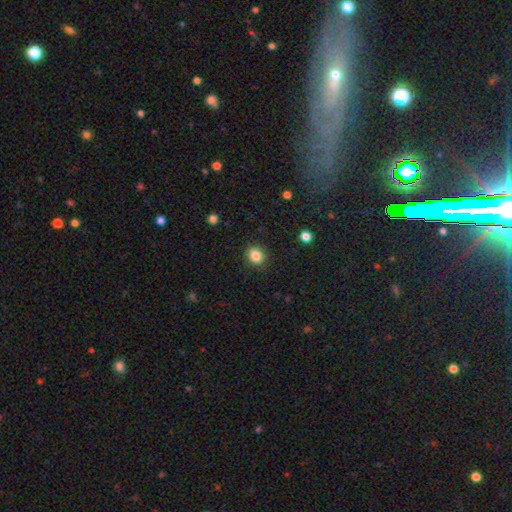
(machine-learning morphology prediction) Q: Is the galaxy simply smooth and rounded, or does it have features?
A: smooth — 85%.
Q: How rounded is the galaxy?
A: round — 65%.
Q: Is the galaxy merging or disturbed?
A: none — 89%.